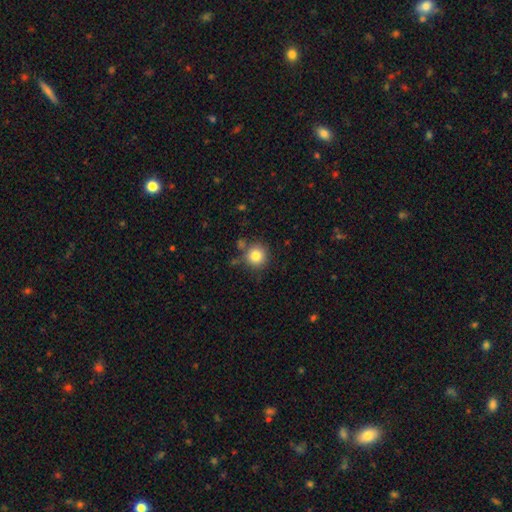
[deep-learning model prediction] smooth_or_featured: smooth (p=0.81) [alt: star or artifact p=0.11]
how_rounded: round (p=0.93) [alt: in between p=0.06]
merging: none (p=0.79) [alt: minor disturbance p=0.11]